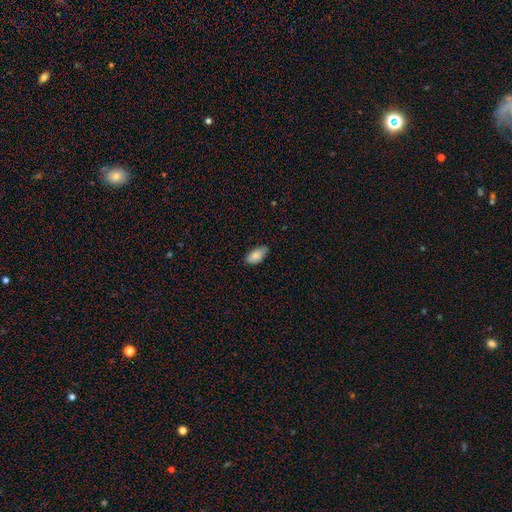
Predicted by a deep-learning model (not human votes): Morphology: type=smooth (86%); roundness=in between (93%); merging=none (72%).